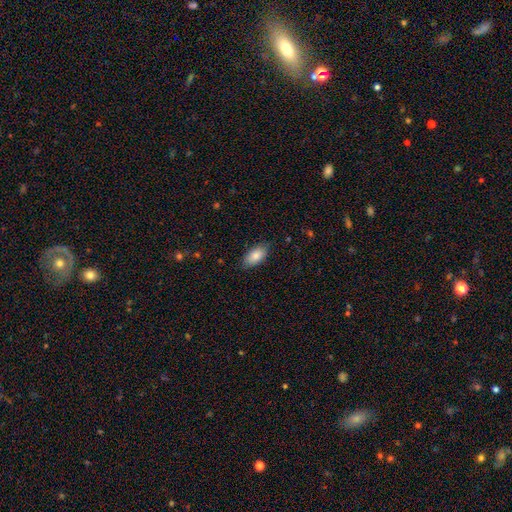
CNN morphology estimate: Smooth or featured?
  - smooth: 84% *
  - featured or disk: 10%
  - star or artifact: 7%
How rounded?
  - in between: 93% *
  - cigar-shaped: 4%
  - round: 3%
Merging?
  - none: 81% *
  - minor disturbance: 15%
  - major disturbance: 3%
  - merger: 1%